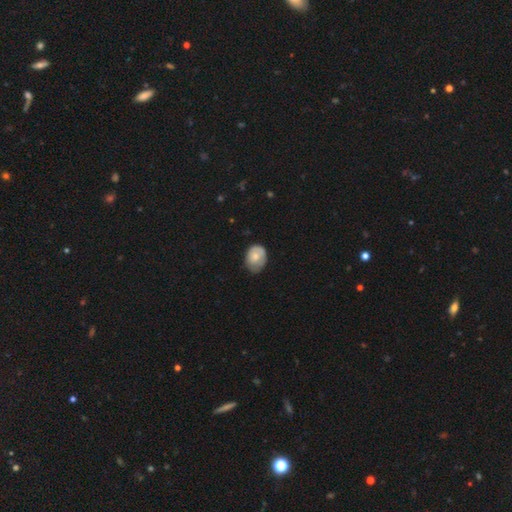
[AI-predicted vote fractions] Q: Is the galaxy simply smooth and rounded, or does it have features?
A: smooth — 67%.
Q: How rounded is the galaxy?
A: in between — 62%.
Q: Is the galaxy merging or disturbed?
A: none — 51%.